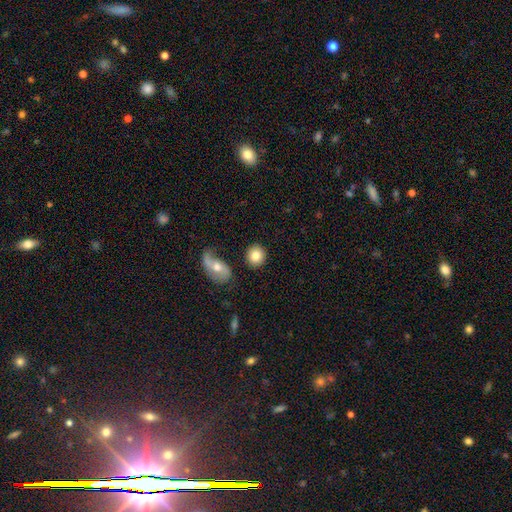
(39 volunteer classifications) smooth_or_featured: smooth (p=0.82) [alt: featured or disk p=0.13]
how_rounded: round (p=0.72) [alt: in between p=0.28]
merging: none (p=0.76) [alt: minor disturbance p=0.14]